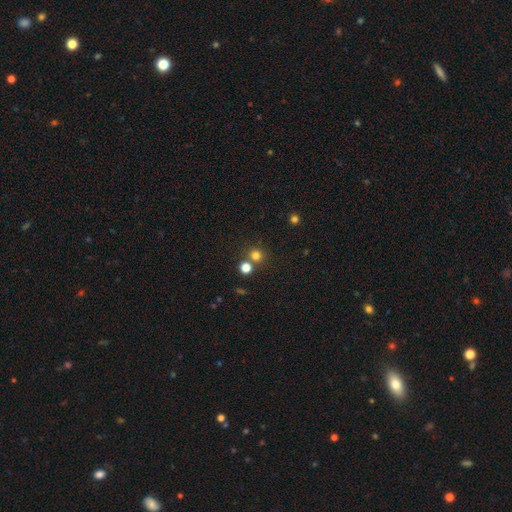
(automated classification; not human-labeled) Smooth or featured?
  - smooth: 76% *
  - star or artifact: 18%
  - featured or disk: 6%
How rounded?
  - round: 90% *
  - in between: 9%
  - cigar-shaped: 1%
Merging?
  - none: 70% *
  - merger: 21%
  - minor disturbance: 7%
  - major disturbance: 3%